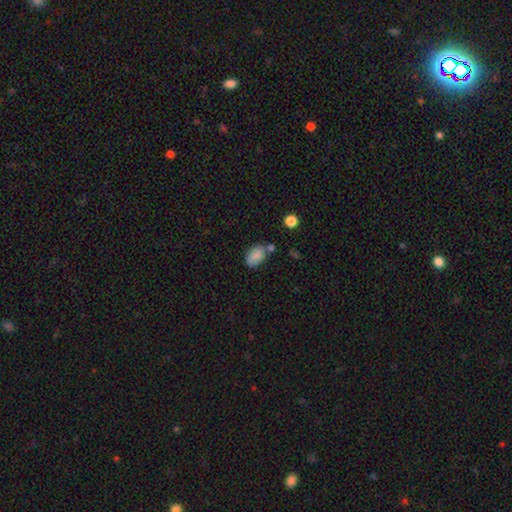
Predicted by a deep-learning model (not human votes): Smooth or featured?
  - smooth: 84% *
  - star or artifact: 9%
  - featured or disk: 8%
How rounded?
  - in between: 88% *
  - round: 11%
  - cigar-shaped: 2%
Merging?
  - none: 56% *
  - minor disturbance: 22%
  - merger: 16%
  - major disturbance: 6%